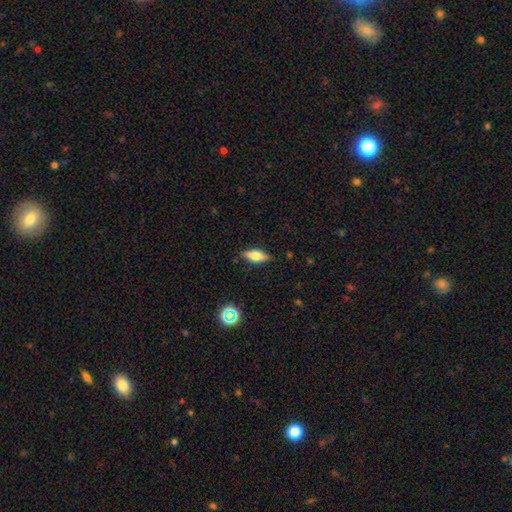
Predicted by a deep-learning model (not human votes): Smooth or featured: smooth — 60% (featured or disk — 31%)
How rounded: in between — 70% (cigar-shaped — 26%)
Merging: none — 84% (minor disturbance — 12%)